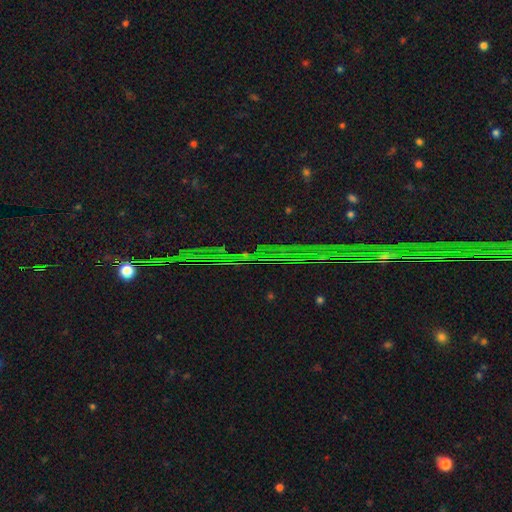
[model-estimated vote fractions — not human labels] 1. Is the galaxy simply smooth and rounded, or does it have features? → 82% star or artifact, 10% featured or disk, 8% smooth.